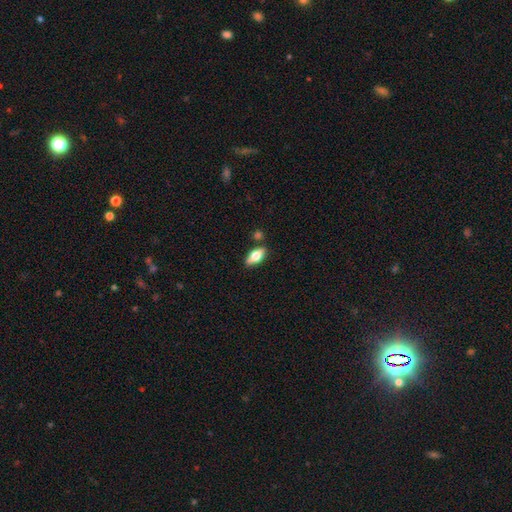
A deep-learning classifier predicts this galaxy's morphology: Overall: smooth (62%; featured or disk 31%). How rounded: in between (82%). Merging: none (78%).